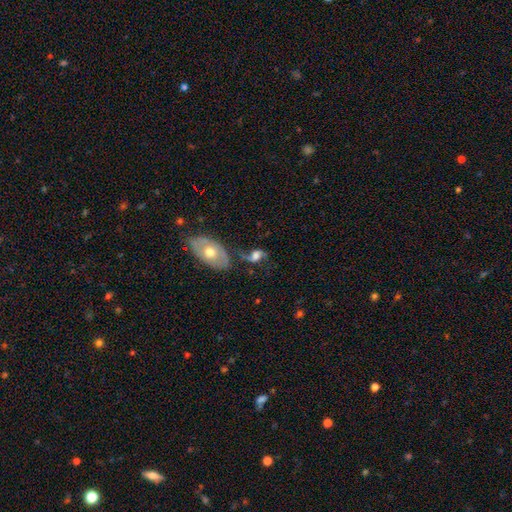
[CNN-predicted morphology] A featured or disk galaxy (55%).

Vote fractions:
- Smooth or featured? featured or disk: 55% / smooth: 36% / star or artifact: 9%
- Edge-on disk? no: 91% / yes: 9%
- Merging? none: 37% / merger: 24% / major disturbance: 20% / minor disturbance: 19%